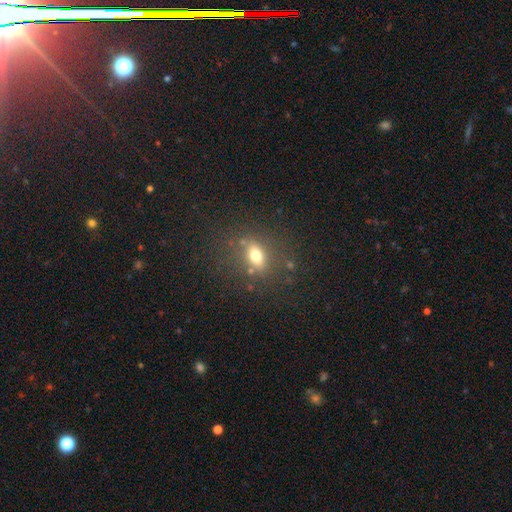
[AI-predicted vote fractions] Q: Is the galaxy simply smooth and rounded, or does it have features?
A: smooth — 68%.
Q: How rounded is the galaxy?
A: in between — 69%.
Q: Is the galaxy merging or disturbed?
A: none — 76%.